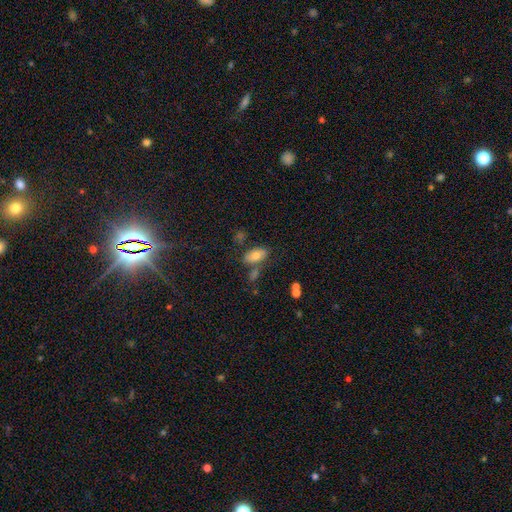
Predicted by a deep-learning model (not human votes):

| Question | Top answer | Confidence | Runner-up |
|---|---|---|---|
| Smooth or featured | smooth | 73% | featured or disk (19%) |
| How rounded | in between | 91% | cigar-shaped (5%) |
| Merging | none | 65% | minor disturbance (16%) |